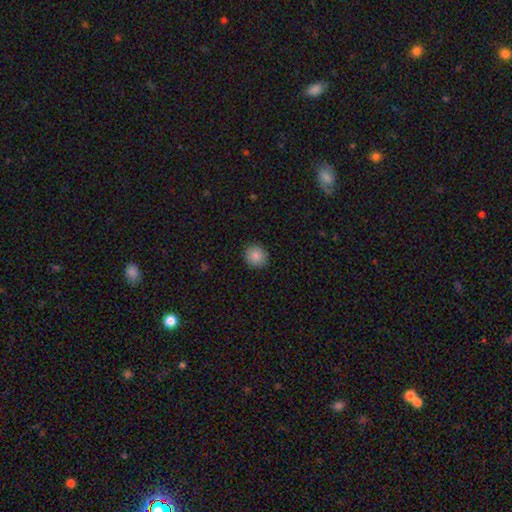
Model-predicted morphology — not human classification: This appears to be a smooth galaxy with no disk features (86%) that is round (88%). Merging: none (91%).